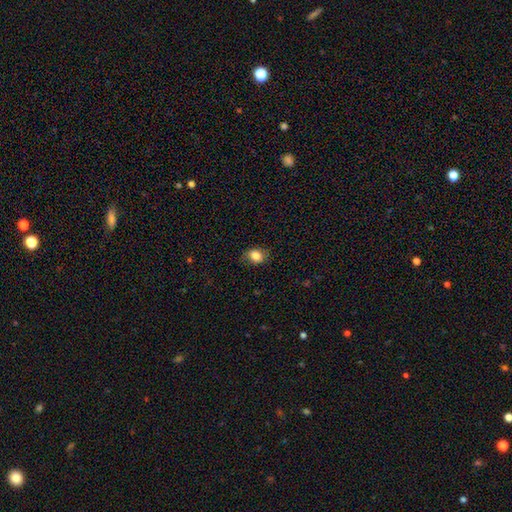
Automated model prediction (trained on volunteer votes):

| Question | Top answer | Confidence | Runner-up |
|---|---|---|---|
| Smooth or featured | smooth | 83% | star or artifact (9%) |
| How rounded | in between | 56% | round (43%) |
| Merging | none | 74% | minor disturbance (19%) |